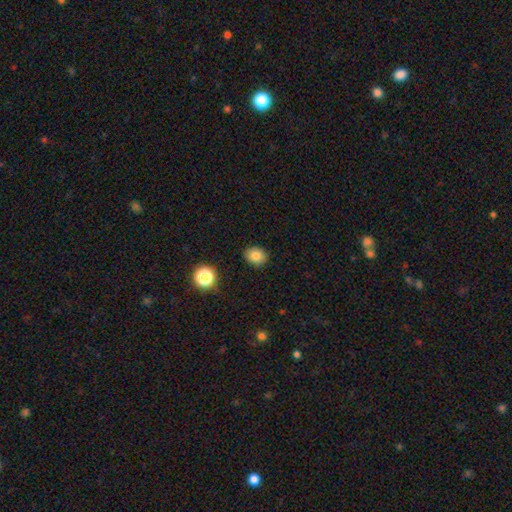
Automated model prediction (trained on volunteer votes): A smooth galaxy with no disk features (82%) that is round (53%). Merging: none (88%).